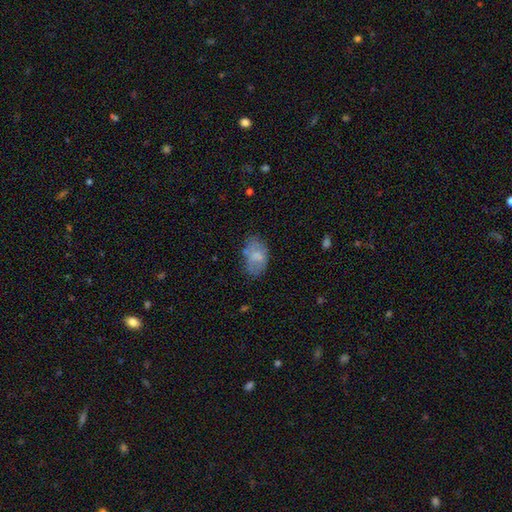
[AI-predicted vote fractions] Smooth or featured? Predicted: smooth (p=0.67). How rounded? Predicted: in between (p=0.90). Merging? Predicted: none (p=0.58).